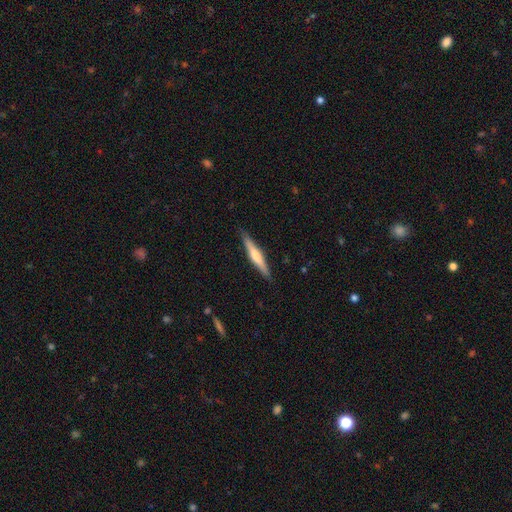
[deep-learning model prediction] smooth_or_featured: featured or disk (p=0.51) [alt: smooth p=0.44]
disk_edge_on: yes (p=0.97) [alt: no p=0.03]
merging: none (p=0.89) [alt: minor disturbance p=0.08]